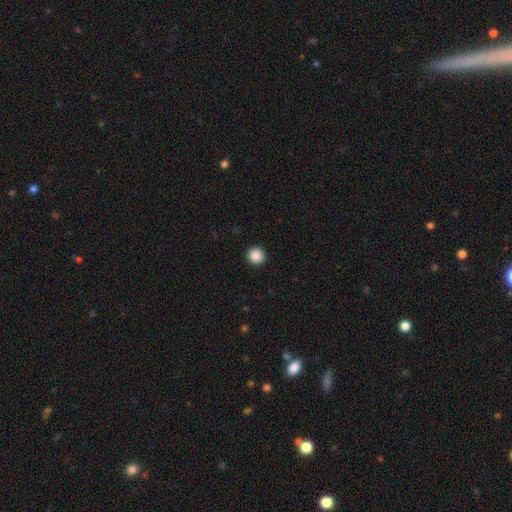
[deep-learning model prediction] Smooth or featured: smooth — 88% (star or artifact — 9%)
How rounded: round — 95% (in between — 4%)
Merging: none — 94% (minor disturbance — 4%)